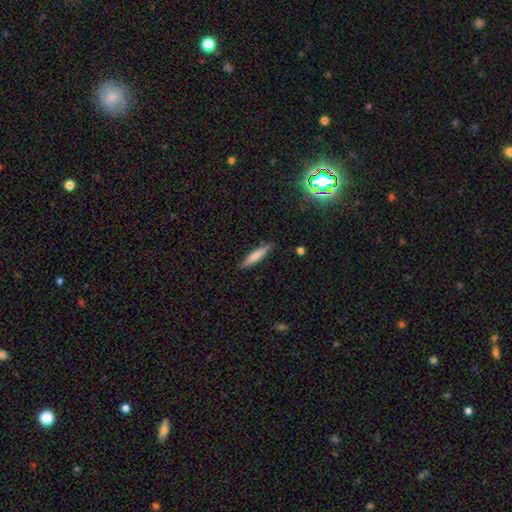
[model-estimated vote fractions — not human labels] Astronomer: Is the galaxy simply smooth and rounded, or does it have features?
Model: smooth — 68%.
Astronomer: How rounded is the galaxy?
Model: cigar-shaped — 88%.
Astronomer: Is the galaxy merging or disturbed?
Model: none — 86%.